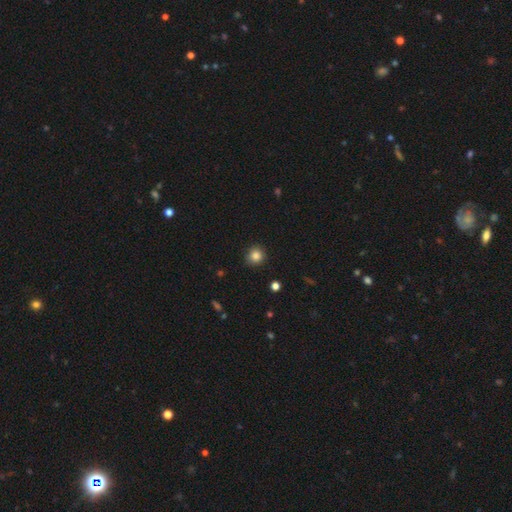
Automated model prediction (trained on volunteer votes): Smooth or featured?
  - smooth: 84% *
  - star or artifact: 11%
  - featured or disk: 4%
How rounded?
  - round: 91% *
  - in between: 8%
  - cigar-shaped: 1%
Merging?
  - none: 90% *
  - minor disturbance: 7%
  - major disturbance: 2%
  - merger: 1%